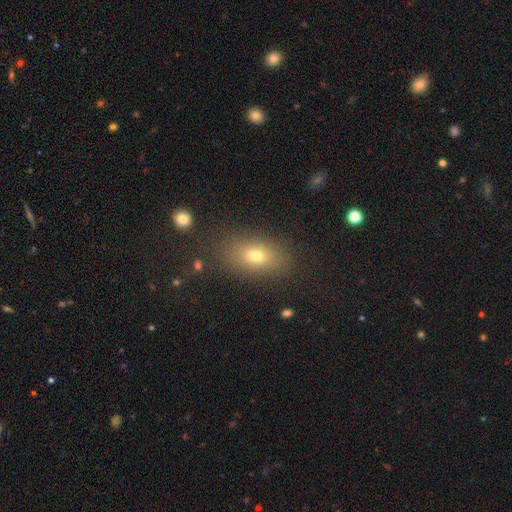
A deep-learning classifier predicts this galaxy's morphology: A smooth galaxy with no disk features (69%) that is in between round and cigar-shaped (81%).

Vote fractions:
- Smooth or featured? smooth: 69% / featured or disk: 16% / star or artifact: 15%
- How rounded? in between: 81% / round: 14% / cigar-shaped: 5%
- Merging? none: 83% / minor disturbance: 10% / major disturbance: 4% / merger: 2%